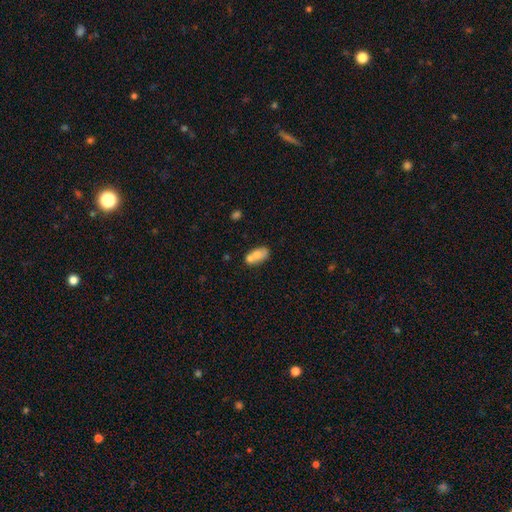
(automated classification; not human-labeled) This appears to be a smooth galaxy with no disk features (68%) that is in between round and cigar-shaped (87%). Merging: merger (42%).